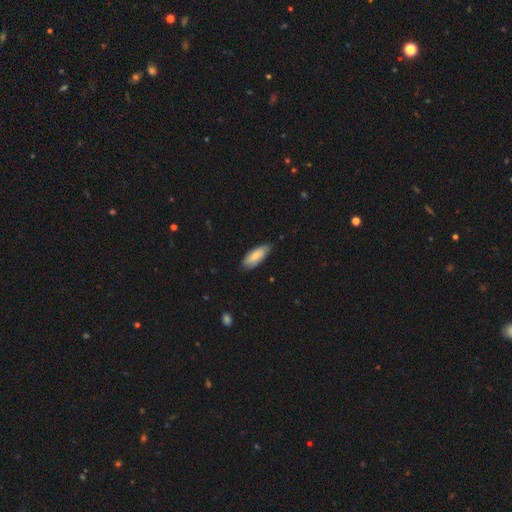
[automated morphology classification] Smooth or featured? Predicted: smooth (p=0.72). How rounded? Predicted: in between (p=0.81). Merging? Predicted: none (p=0.74).